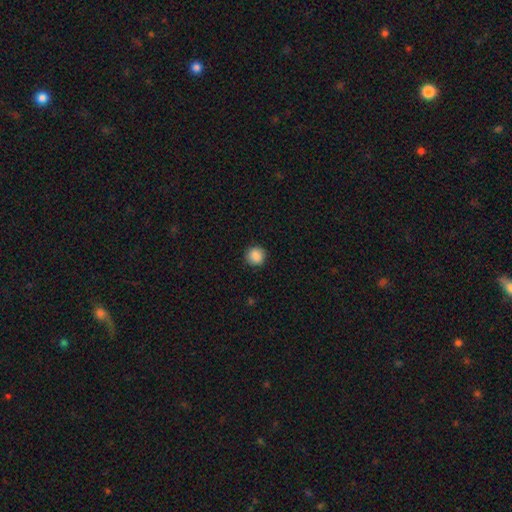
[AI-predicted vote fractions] Smooth or featured: smooth — 88% (star or artifact — 9%)
How rounded: round — 93% (in between — 6%)
Merging: none — 91% (minor disturbance — 6%)